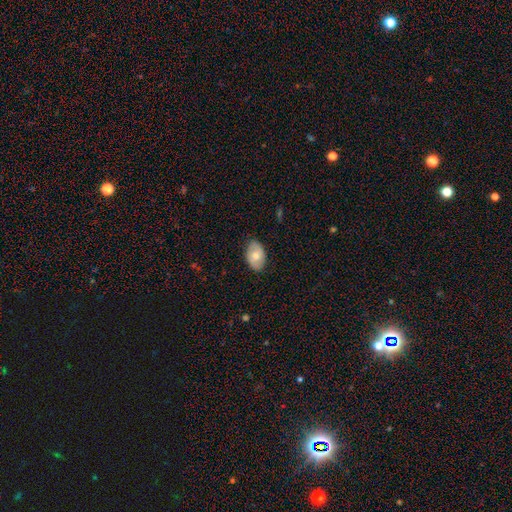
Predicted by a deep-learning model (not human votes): Q: Smooth or featured?
A: smooth (60%); runner-up: featured or disk (34%)
Q: How rounded?
A: in between (89%); runner-up: round (9%)
Q: Merging?
A: none (84%); runner-up: minor disturbance (13%)